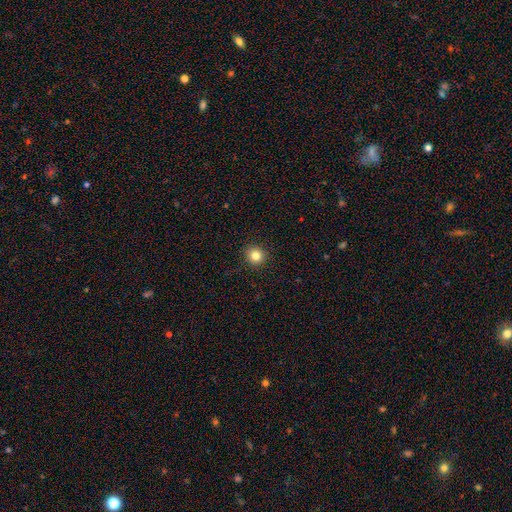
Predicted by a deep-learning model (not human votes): Smooth or featured? smooth (83%)
How rounded? round (93%)
Merging? none (92%)